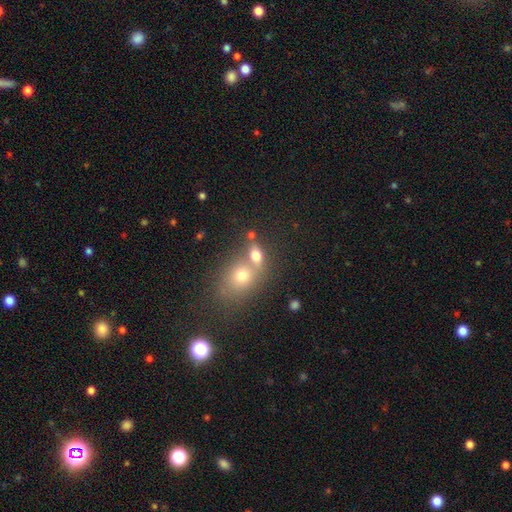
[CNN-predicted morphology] The model was most divided on "merging": merger: 51%, none: 35%, minor disturbance: 9%, major disturbance: 5%. More confident: smooth or featured — smooth (73%); how rounded — in between (65%).